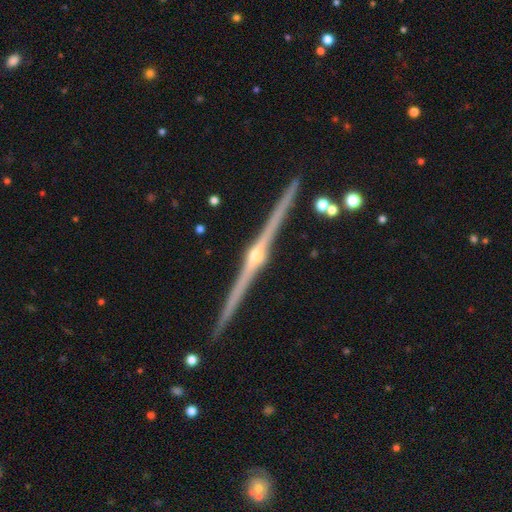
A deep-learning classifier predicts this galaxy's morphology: Smooth or featured?
  - featured or disk: 91% *
  - star or artifact: 5%
  - smooth: 4%
Edge-on disk?
  - yes: 99% *
  - no: 1%
Edge-on bulge?
  - rounded: 94% *
  - none: 3%
  - boxy: 3%
Merging?
  - none: 93% *
  - minor disturbance: 5%
  - merger: 1%
  - major disturbance: 1%